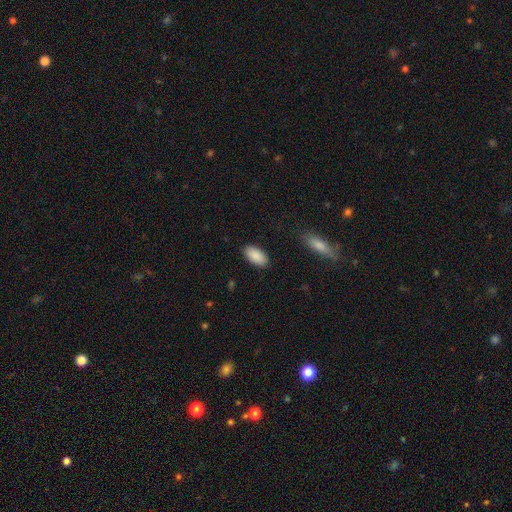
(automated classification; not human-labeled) Smooth or featured? smooth (89%)
How rounded? in between (94%)
Merging? none (88%)